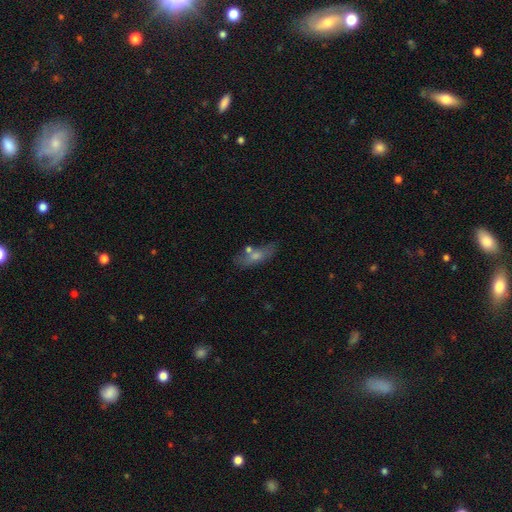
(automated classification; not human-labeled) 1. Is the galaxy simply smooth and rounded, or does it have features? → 54% smooth, 33% featured or disk, 12% star or artifact.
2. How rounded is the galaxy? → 48% cigar-shaped (tied), 48% in between (tied), 5% round.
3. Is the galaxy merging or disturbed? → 60% none, 18% minor disturbance, 14% merger, 7% major disturbance.